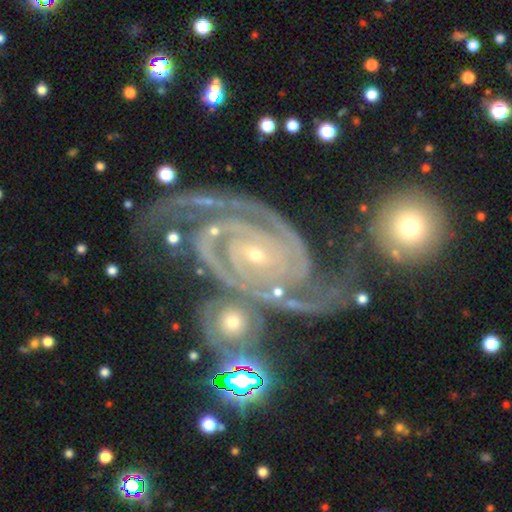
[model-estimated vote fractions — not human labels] Smooth or featured: featured or disk — 93% (star or artifact — 5%)
Edge-on disk: no — 98% (yes — 2%)
Bar: no — 62% (weak — 23%)
Spiral arms: yes — 99% (no — 1%)
Spiral winding: tight — 75% (medium — 22%)
Spiral arm count: 2 — 53% (3 — 21%)
Bulge size: small — 78% (moderate — 18%)
Merging: none — 58% (minor disturbance — 20%)